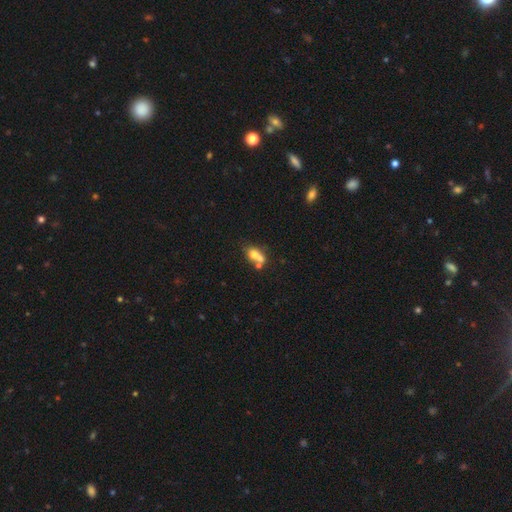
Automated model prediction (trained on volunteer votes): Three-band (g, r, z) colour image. It shows a smooth galaxy with no disk features (65%) that is in between round and cigar-shaped (61%). Merging: merger (53%).